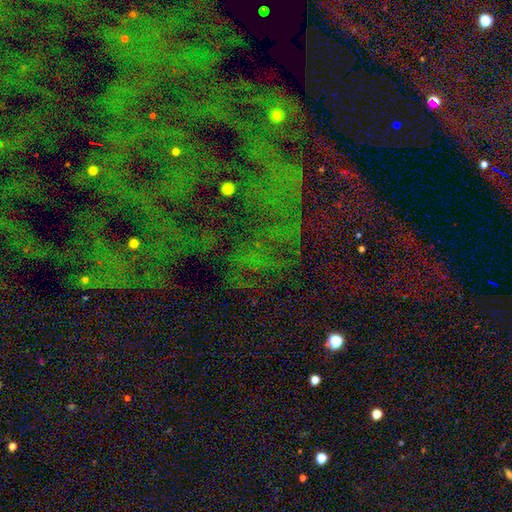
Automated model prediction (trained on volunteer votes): Morphology: type=star or artifact (76%).